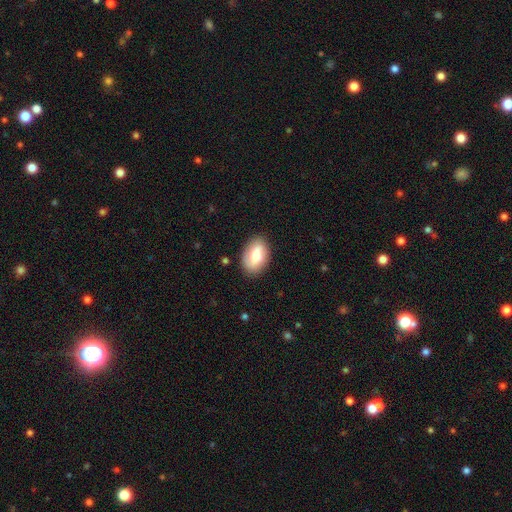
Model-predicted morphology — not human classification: smooth 69%, featured or disk 24%, star or artifact 7%. Down the decision tree: how rounded — in between (89%); merging — none (82%).